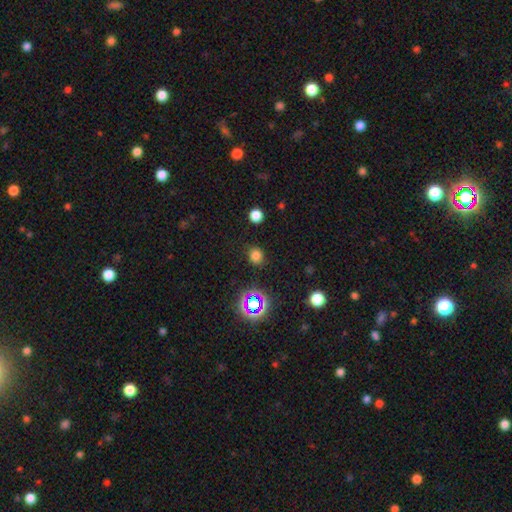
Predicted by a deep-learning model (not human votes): A smooth galaxy with no disk features (74%) that is round (82%). Merging: none (86%).